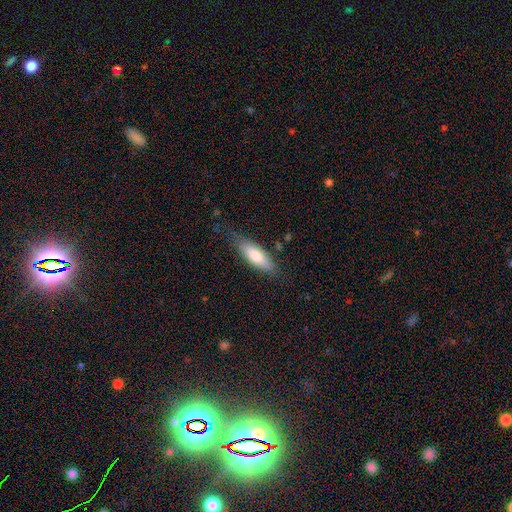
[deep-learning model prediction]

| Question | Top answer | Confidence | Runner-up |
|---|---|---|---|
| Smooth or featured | smooth | 75% | featured or disk (19%) |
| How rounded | in between | 66% | cigar-shaped (33%) |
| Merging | none | 73% | minor disturbance (21%) |